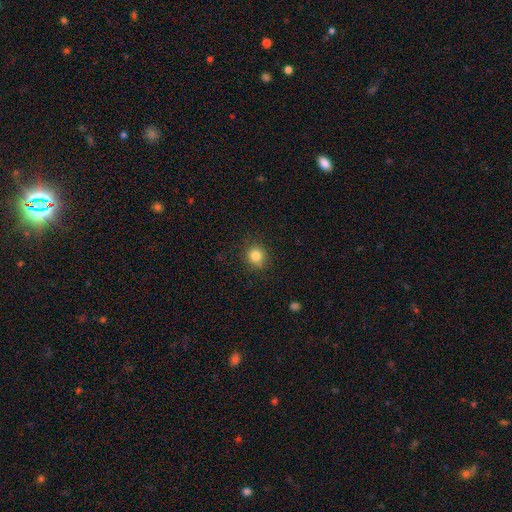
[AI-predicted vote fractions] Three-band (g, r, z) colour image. It shows a smooth galaxy with no disk features (83%) that is round (88%). Merging: none (86%).